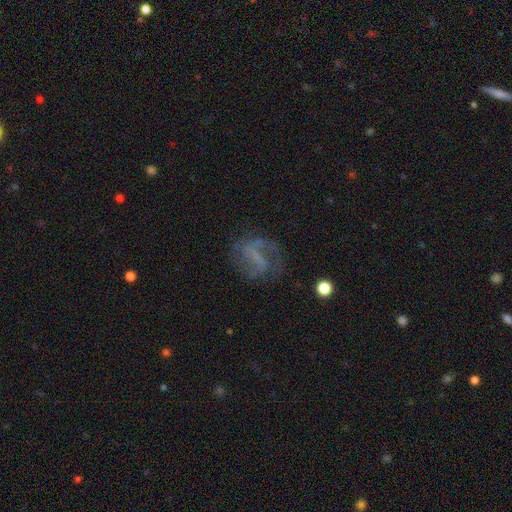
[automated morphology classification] Smooth or featured?
  - featured or disk: 70% *
  - smooth: 18%
  - star or artifact: 12%
Edge-on disk?
  - no: 96% *
  - yes: 4%
Bar?
  - strong: 38% *
  - weak: 36%
  - no: 26%
Spiral arms?
  - yes: 82% *
  - no: 18%
Spiral winding?
  - loose: 41% *
  - medium: 40%
  - tight: 19%
Spiral arm count?
  - 2: 72% *
  - 1: 12%
  - can't tell: 10%
  - 3: 3%
  - 4: 1%
  - more than 4: 1%
Bulge size?
  - none: 65% *
  - small: 22%
  - moderate: 9%
  - large: 3%
  - dominant: 1%
Merging?
  - none: 65% *
  - minor disturbance: 17%
  - major disturbance: 16%
  - merger: 2%